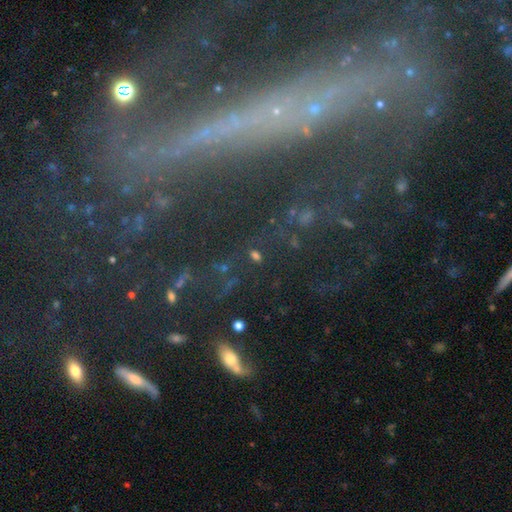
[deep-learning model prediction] The model was most divided on "smooth or featured": star or artifact: 53%, smooth: 24%, featured or disk: 24%.